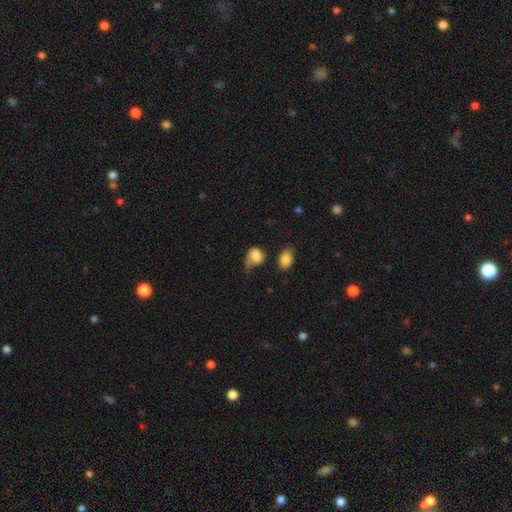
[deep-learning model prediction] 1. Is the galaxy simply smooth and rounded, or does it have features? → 71% smooth, 21% featured or disk, 8% star or artifact.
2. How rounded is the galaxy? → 57% in between, 42% round, 1% cigar-shaped.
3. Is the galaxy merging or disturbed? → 39% major disturbance, 31% minor disturbance, 23% none, 7% merger.